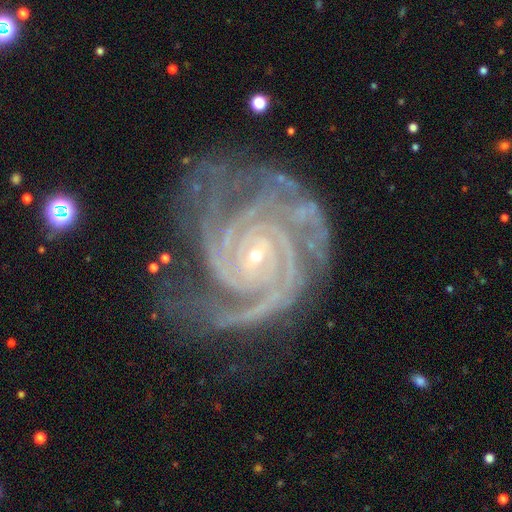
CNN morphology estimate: This is clearly a featured or disk galaxy (92%). It is clearly not viewed edge-on (98%). Bar: possibly no (58%). Spiral arm pattern: clearly yes (99%). Spiral arm count: marginally 3 (30%). Spiral winding: likely tight (77%). Central bulge: clearly small (86%). Merging: likely none (62%).